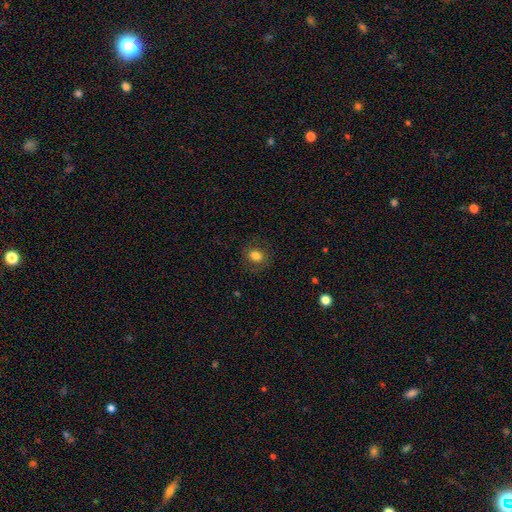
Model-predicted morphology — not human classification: Smooth or featured: smooth — 78% (featured or disk — 11%)
How rounded: round — 68% (in between — 31%)
Merging: none — 84% (minor disturbance — 10%)